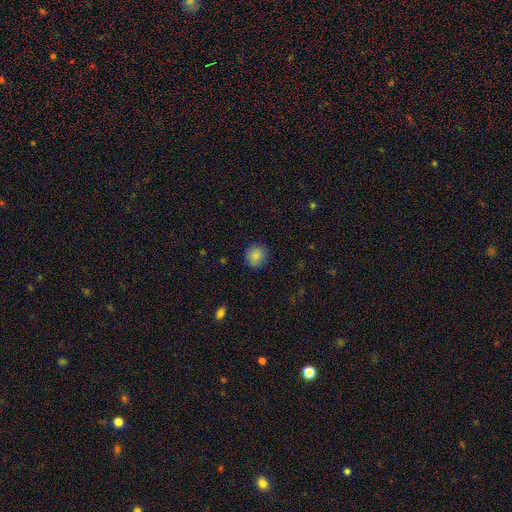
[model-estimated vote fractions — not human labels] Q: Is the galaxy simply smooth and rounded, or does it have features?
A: smooth — 85%.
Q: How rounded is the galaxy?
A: round — 89%.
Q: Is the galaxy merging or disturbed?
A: none — 87%.